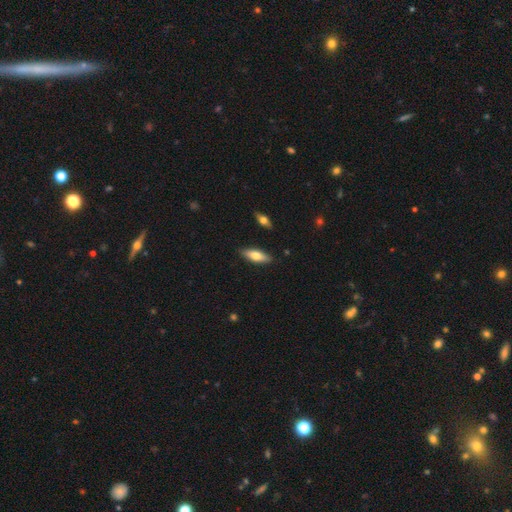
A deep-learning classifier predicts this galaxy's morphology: smooth_or_featured: smooth (p=0.66) [alt: featured or disk p=0.28]
how_rounded: in between (p=0.63) [alt: cigar-shaped p=0.35]
merging: none (p=0.87) [alt: minor disturbance p=0.09]